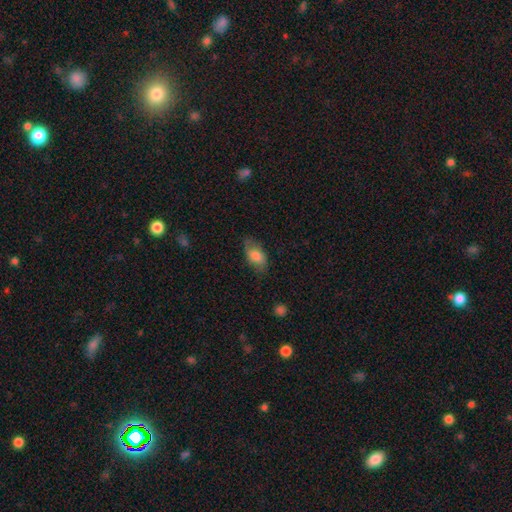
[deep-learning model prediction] smooth 75%, featured or disk 17%, star or artifact 7%. Down the decision tree: how rounded — in between (91%); merging — none (67%).